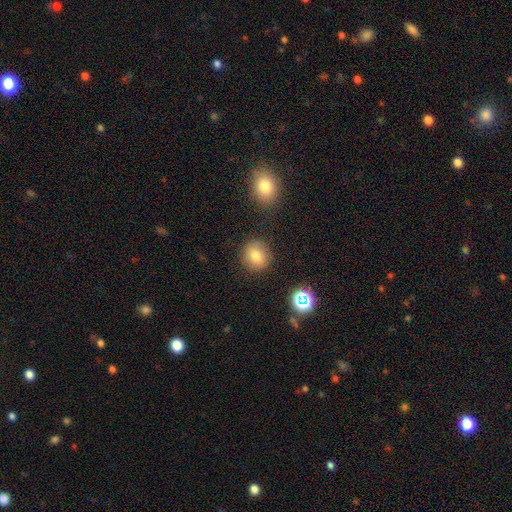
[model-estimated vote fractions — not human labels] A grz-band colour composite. It shows a smooth galaxy with no disk features (81%) that is round (83%). Merging: none (85%).